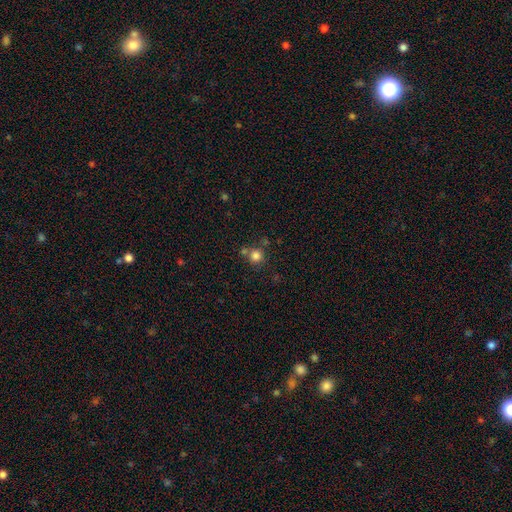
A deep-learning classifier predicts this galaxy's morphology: A smooth galaxy with no disk features (81%) that is round (92%).

Vote fractions:
- Smooth or featured? smooth: 81% / star or artifact: 13% / featured or disk: 6%
- How rounded? round: 92% / in between: 7% / cigar-shaped: 1%
- Merging? none: 67% / merger: 20% / minor disturbance: 9% / major disturbance: 4%